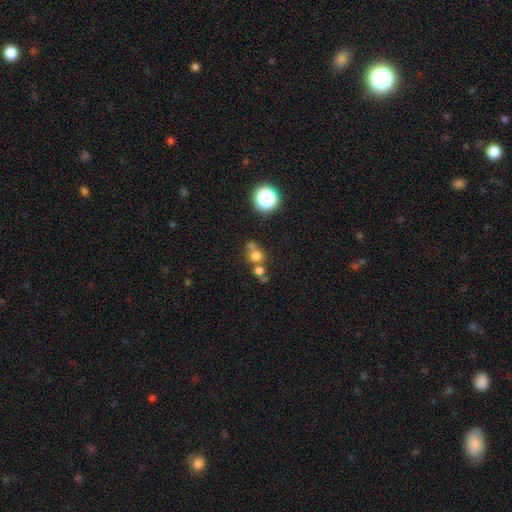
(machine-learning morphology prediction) Smooth or featured?
  - smooth: 69% *
  - star or artifact: 20%
  - featured or disk: 11%
How rounded?
  - round: 84% *
  - in between: 15%
  - cigar-shaped: 1%
Merging?
  - none: 51% *
  - merger: 36%
  - minor disturbance: 9%
  - major disturbance: 5%